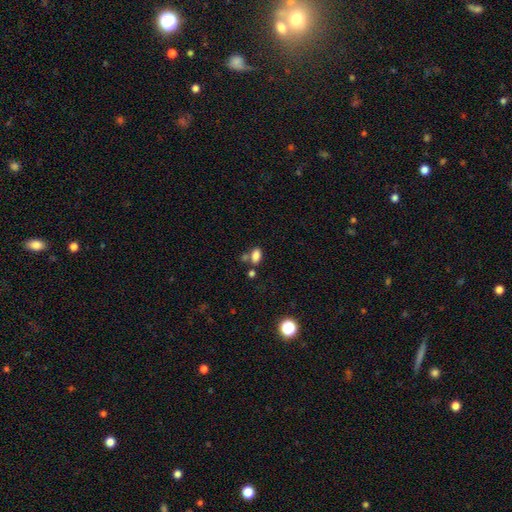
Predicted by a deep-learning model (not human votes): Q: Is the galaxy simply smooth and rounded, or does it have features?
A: smooth — 81%.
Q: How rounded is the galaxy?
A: in between — 88%.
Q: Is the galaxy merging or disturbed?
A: none — 55%.